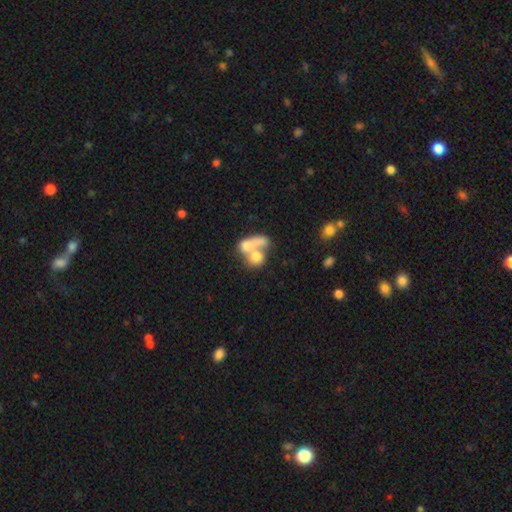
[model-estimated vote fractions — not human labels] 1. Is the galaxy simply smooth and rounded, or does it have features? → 62% smooth, 26% featured or disk, 12% star or artifact.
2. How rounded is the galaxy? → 51% round, 45% in between, 5% cigar-shaped.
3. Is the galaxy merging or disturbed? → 65% merger, 20% none, 9% major disturbance, 6% minor disturbance.